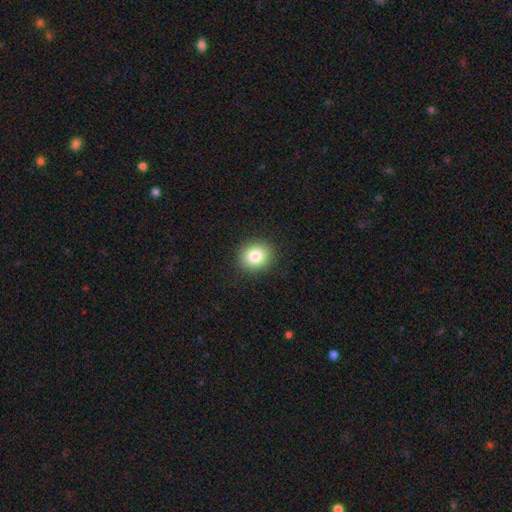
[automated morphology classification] smooth 83%, star or artifact 11%, featured or disk 7%. Down the decision tree: how rounded — round (75%); merging — none (92%).